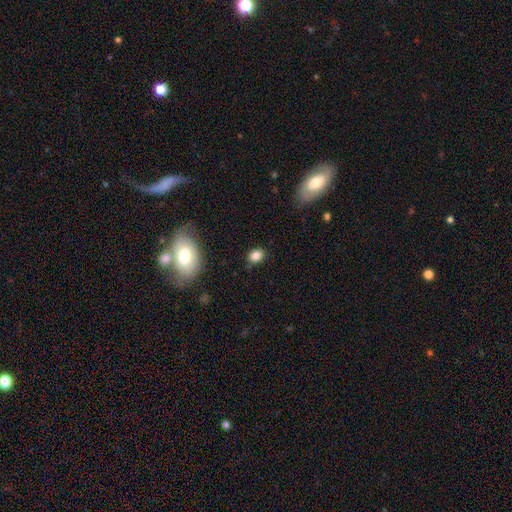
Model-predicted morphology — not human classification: The model was most divided on "how rounded": in between: 57%, round: 41%, cigar-shaped: 1%. More confident: merging — none (83%); smooth or featured — smooth (83%).